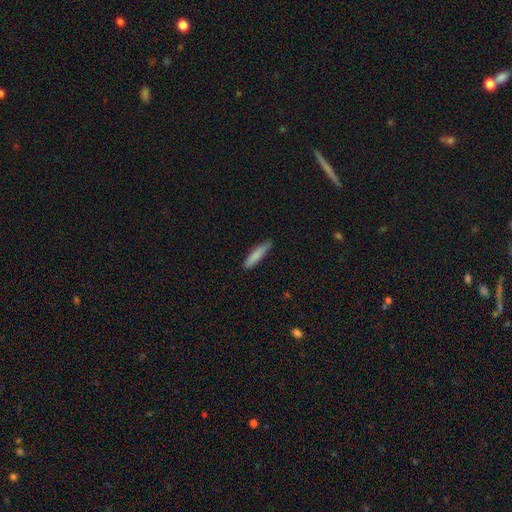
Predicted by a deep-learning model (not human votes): Smooth or featured: smooth — 84% (featured or disk — 10%)
How rounded: cigar-shaped — 83% (in between — 16%)
Merging: none — 81% (minor disturbance — 16%)